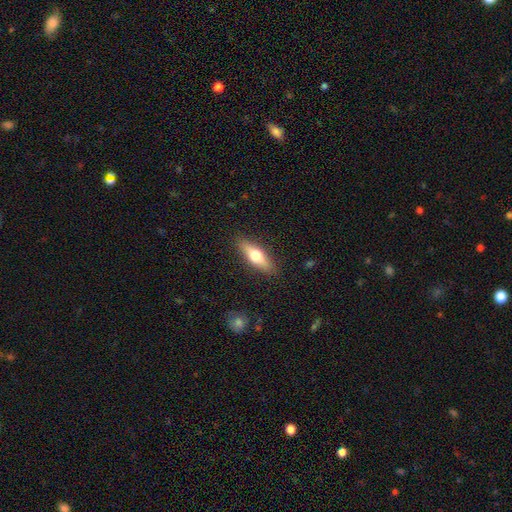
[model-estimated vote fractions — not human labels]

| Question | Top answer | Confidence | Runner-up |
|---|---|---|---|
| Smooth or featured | smooth | 53% | featured or disk (40%) |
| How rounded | cigar-shaped | 50% | in between (47%) |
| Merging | none | 88% | minor disturbance (9%) |